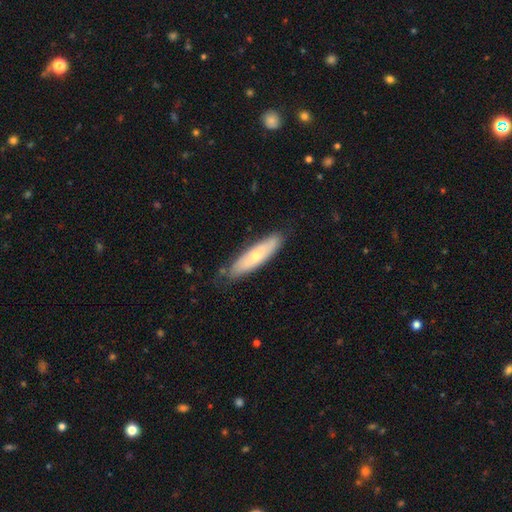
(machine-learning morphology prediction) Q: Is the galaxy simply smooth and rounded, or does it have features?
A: smooth — 58%.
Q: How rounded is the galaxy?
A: cigar-shaped — 69%.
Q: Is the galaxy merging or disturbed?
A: none — 79%.